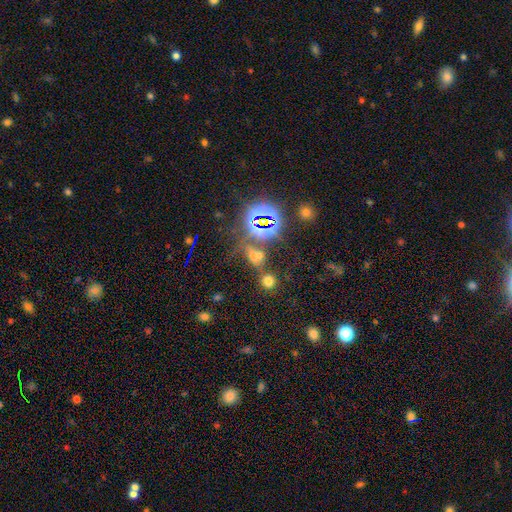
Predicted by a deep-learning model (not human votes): A star or artifact, not a galaxy (53%).